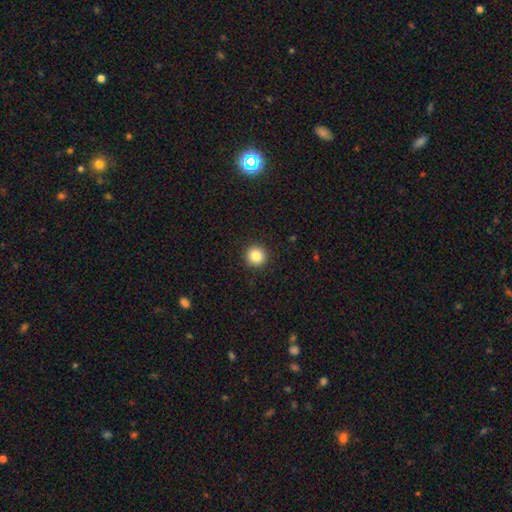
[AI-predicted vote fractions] smooth_or_featured: smooth (p=0.85) [alt: star or artifact p=0.10]
how_rounded: round (p=0.95) [alt: in between p=0.04]
merging: none (p=0.93) [alt: minor disturbance p=0.04]